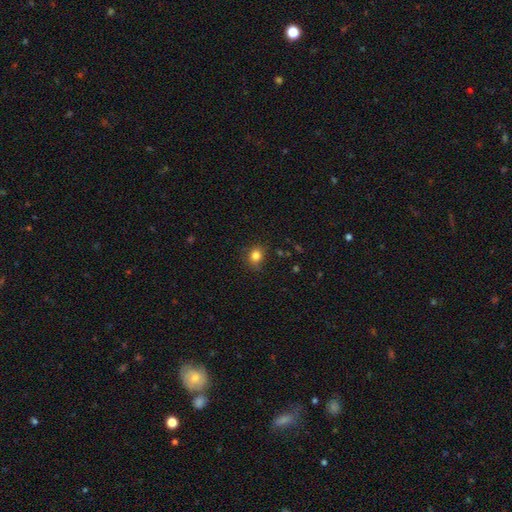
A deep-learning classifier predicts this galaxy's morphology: The model was most divided on "how rounded": round: 73%, in between: 26%, cigar-shaped: 1%. More confident: smooth or featured — smooth (82%); merging — none (79%).